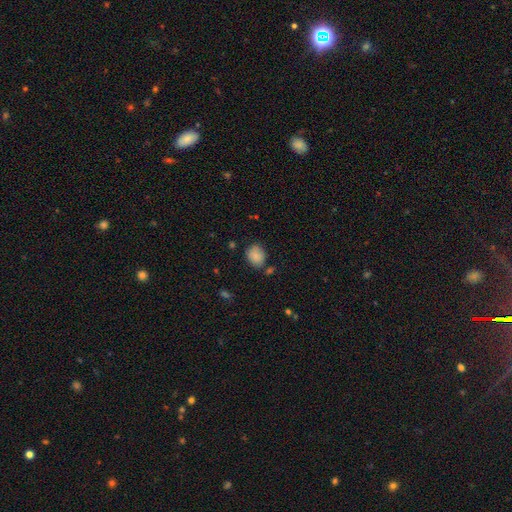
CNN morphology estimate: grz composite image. It shows a smooth galaxy with no disk features (85%) that is round (54%). Merging: none (72%).